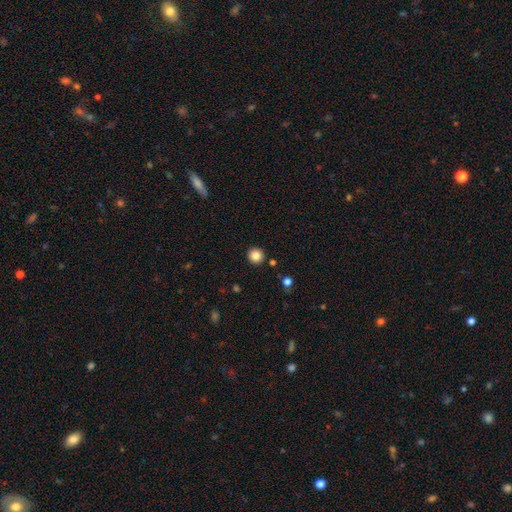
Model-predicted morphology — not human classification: smooth 84%, star or artifact 11%, featured or disk 5%. Down the decision tree: how rounded — round (95%); merging — none (92%).